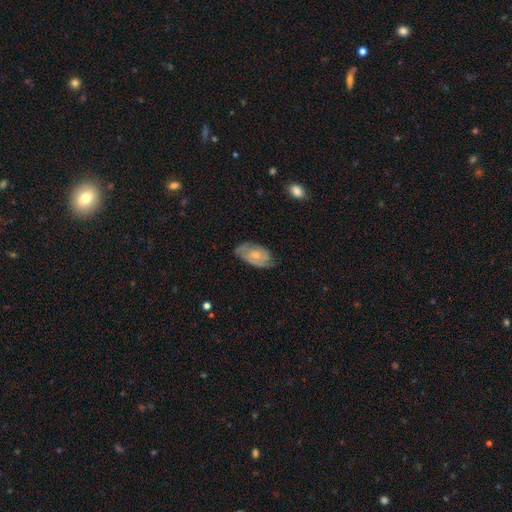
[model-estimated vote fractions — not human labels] Smooth or featured? featured or disk (71%)
Edge-on disk? no (95%)
Bar? no (68%)
Spiral arms? yes (90%)
Spiral winding? tight (48%)
Spiral arm count? 2 (64%)
Bulge size? small (61%)
Merging? none (69%)